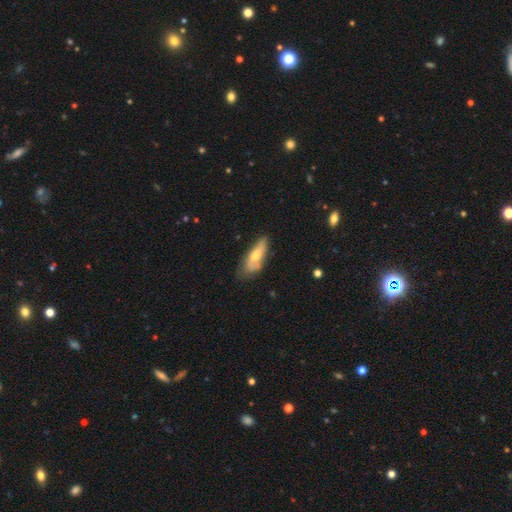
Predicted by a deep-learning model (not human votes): smooth-or-featured: smooth: 50% | featured or disk: 43% | star or artifact: 7%
  how-rounded: in between: 61% | cigar-shaped: 37% | round: 2%
  merging: none: 55% | minor disturbance: 31% | major disturbance: 9% | merger: 4%